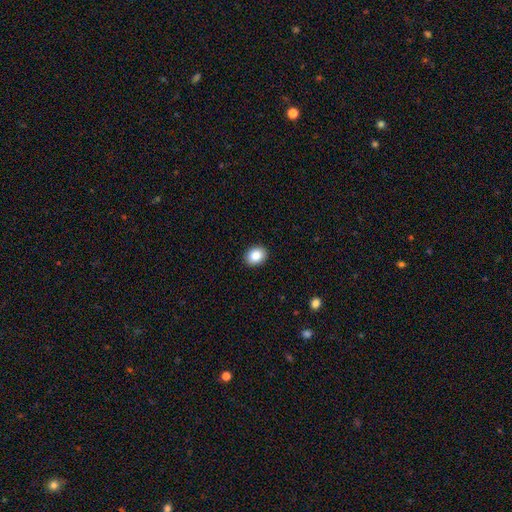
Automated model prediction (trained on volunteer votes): A smooth galaxy with no disk features (87%) that is in between round and cigar-shaped (55%).

Vote fractions:
- Smooth or featured? smooth: 87% / star or artifact: 8% / featured or disk: 5%
- How rounded? in between: 55% / round: 44% / cigar-shaped: 1%
- Merging? none: 91% / minor disturbance: 6% / major disturbance: 2% / merger: 1%